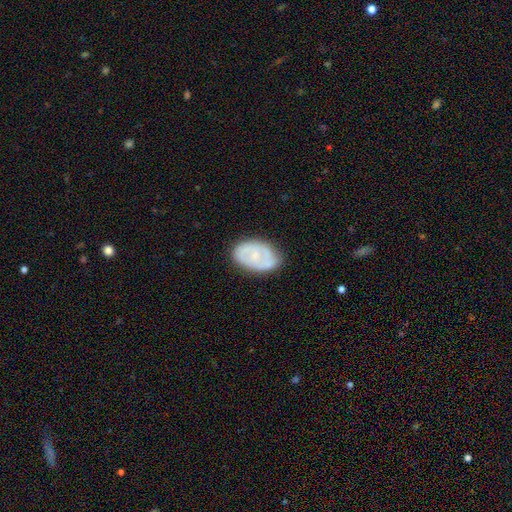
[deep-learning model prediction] smooth_or_featured: featured or disk (p=0.52) [alt: smooth p=0.41]
disk_edge_on: no (p=0.95) [alt: yes p=0.05]
merging: none (p=0.72) [alt: minor disturbance p=0.21]